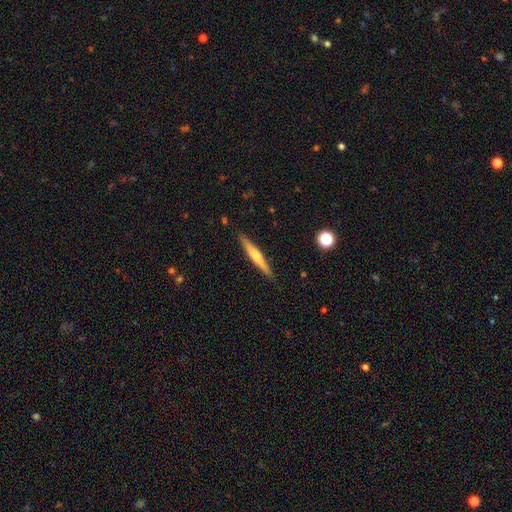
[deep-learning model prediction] This is possibly a smooth galaxy (47%, tied with featured or disk). Merging: clearly none (90%).